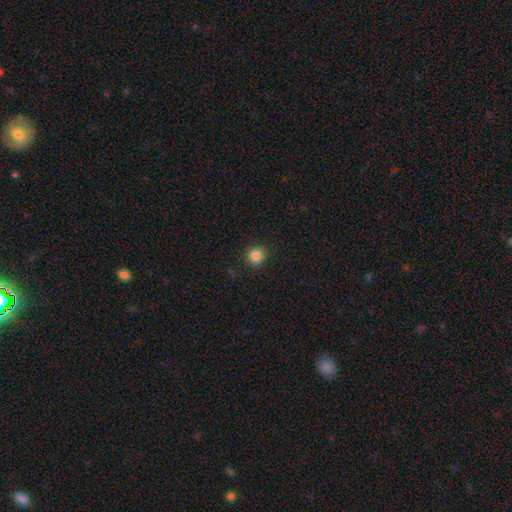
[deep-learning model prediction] smooth-or-featured: smooth: 85% | star or artifact: 11% | featured or disk: 4%
  how-rounded: round: 92% | in between: 7% | cigar-shaped: 1%
  merging: none: 91% | minor disturbance: 6% | major disturbance: 2% | merger: 1%